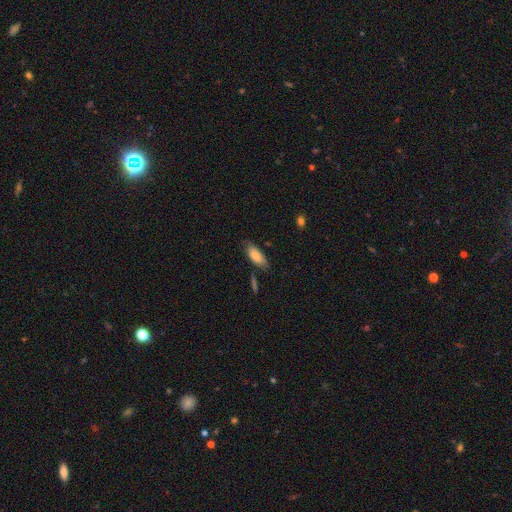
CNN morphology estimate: smooth_or_featured: smooth (p=0.79) [alt: featured or disk p=0.14]
how_rounded: in between (p=0.85) [alt: cigar-shaped p=0.13]
merging: none (p=0.66) [alt: minor disturbance p=0.24]